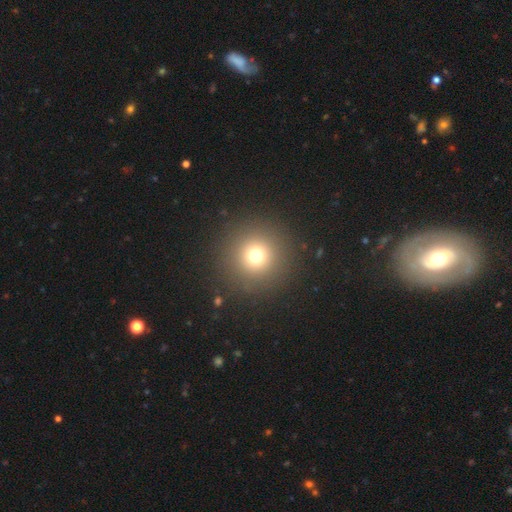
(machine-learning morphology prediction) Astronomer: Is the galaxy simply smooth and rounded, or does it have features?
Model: smooth — 72%.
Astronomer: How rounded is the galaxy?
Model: round — 96%.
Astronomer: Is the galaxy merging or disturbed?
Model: none — 90%.